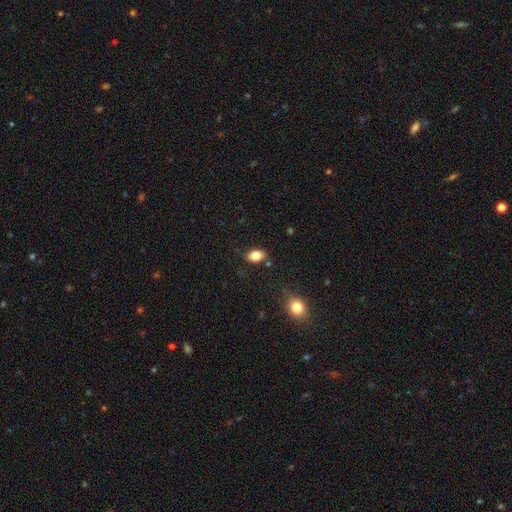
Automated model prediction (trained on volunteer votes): Smooth or featured: smooth — 83% (star or artifact — 9%)
How rounded: in between — 86% (round — 12%)
Merging: none — 82% (minor disturbance — 13%)